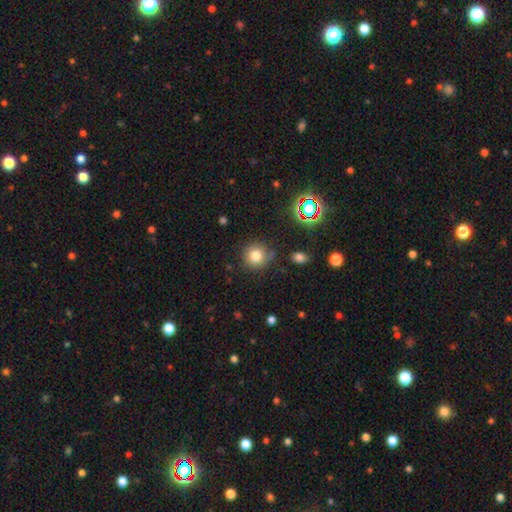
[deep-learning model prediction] A smooth galaxy with no disk features (77%) that is round (92%). Merging: none (79%).